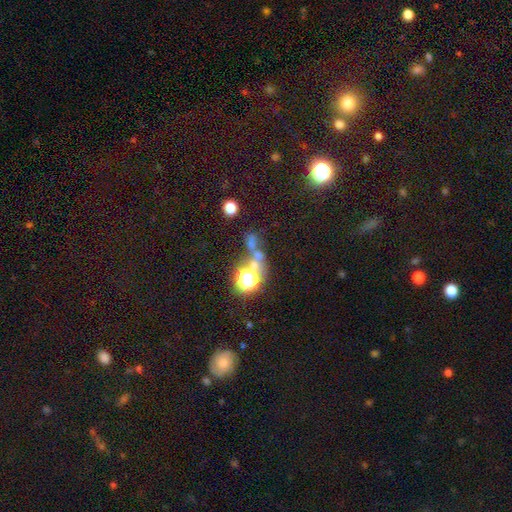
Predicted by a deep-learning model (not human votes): smooth-or-featured: star or artifact: 54% | smooth: 33% | featured or disk: 12%